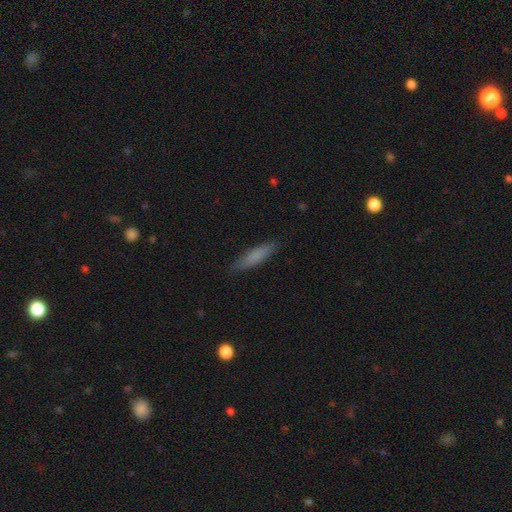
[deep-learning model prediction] smooth_or_featured: smooth (p=0.79) [alt: featured or disk p=0.15]
how_rounded: cigar-shaped (p=0.83) [alt: in between p=0.16]
merging: none (p=0.87) [alt: minor disturbance p=0.10]